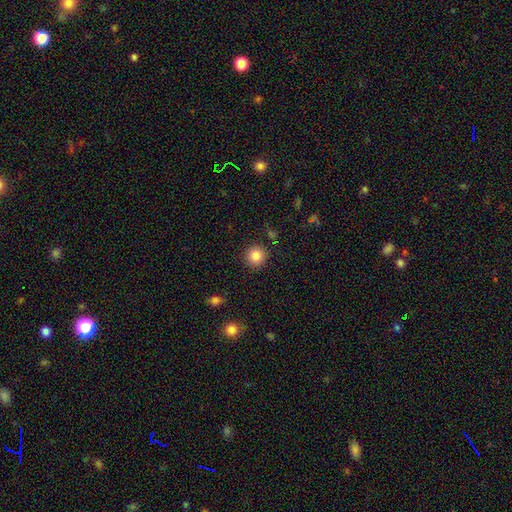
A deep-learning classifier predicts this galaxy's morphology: This is clearly a smooth galaxy (85%). How rounded: clearly round (94%). Merging: clearly none (90%).